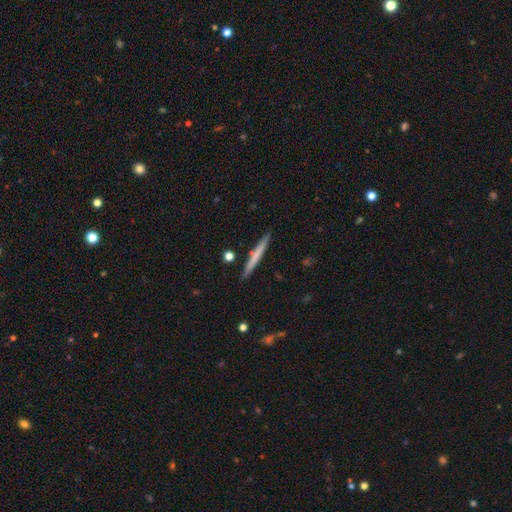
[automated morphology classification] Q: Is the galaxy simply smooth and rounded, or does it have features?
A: smooth — 58%.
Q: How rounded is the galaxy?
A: cigar-shaped — 96%.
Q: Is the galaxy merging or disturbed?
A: none — 89%.